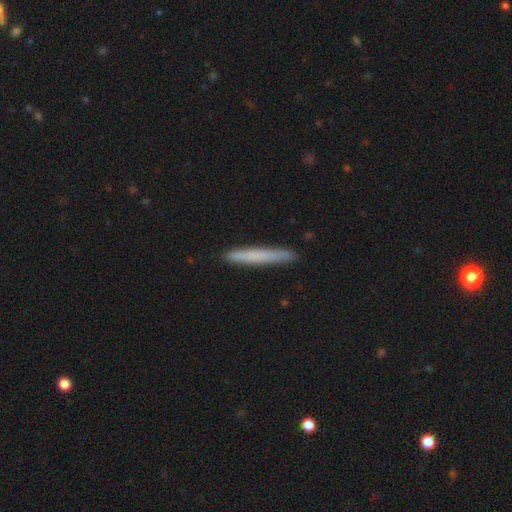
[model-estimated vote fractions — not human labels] A smooth galaxy with no disk features (69%) that is cigar-shaped (97%).

Vote fractions:
- Smooth or featured? smooth: 69% / featured or disk: 24% / star or artifact: 6%
- How rounded? cigar-shaped: 97% / in between: 2% / round: 1%
- Merging? none: 91% / minor disturbance: 7% / major disturbance: 1% / merger: 1%